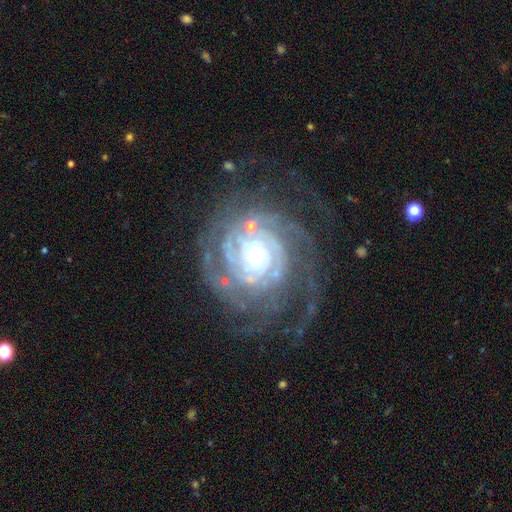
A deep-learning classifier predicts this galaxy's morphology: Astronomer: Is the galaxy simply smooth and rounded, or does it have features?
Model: featured or disk — 89%.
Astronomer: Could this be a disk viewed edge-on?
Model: no — 98%.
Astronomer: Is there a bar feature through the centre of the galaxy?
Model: no — 72%.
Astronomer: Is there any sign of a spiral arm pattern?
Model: yes — 97%.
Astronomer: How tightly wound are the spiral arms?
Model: tight — 78%.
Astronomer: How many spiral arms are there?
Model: can't tell — 29% (runner-up: 2, 18%).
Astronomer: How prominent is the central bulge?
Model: small — 61%.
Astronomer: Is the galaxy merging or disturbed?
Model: none — 65%.